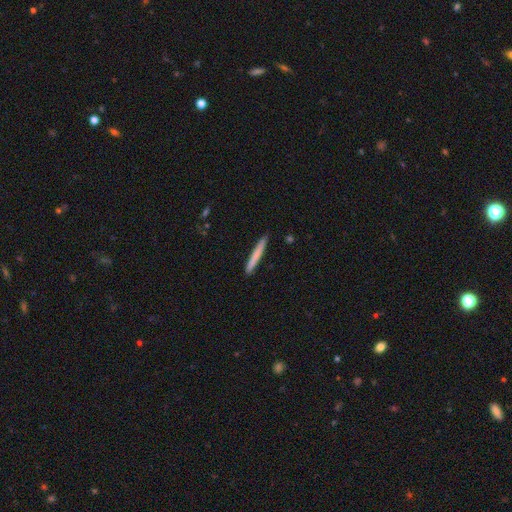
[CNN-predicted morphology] A smooth galaxy with no disk features (72%) that is cigar-shaped (97%).

Vote fractions:
- Smooth or featured? smooth: 72% / featured or disk: 22% / star or artifact: 5%
- How rounded? cigar-shaped: 97% / in between: 2% / round: 1%
- Merging? none: 90% / minor disturbance: 7% / major disturbance: 1% / merger: 1%